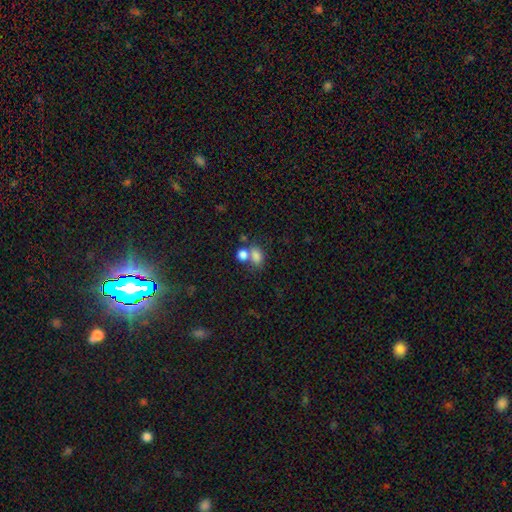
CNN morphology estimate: A smooth galaxy with no disk features (79%) that is in between round and cigar-shaped (68%). Merging: merger (47%).